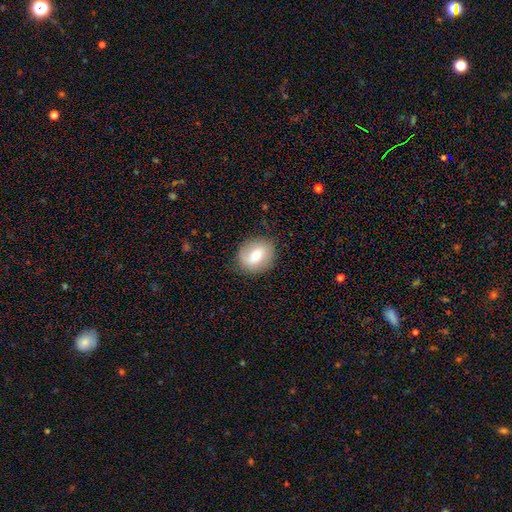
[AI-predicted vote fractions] smooth 73%, featured or disk 20%, star or artifact 8%. Down the decision tree: how rounded — round (50%); merging — none (78%).